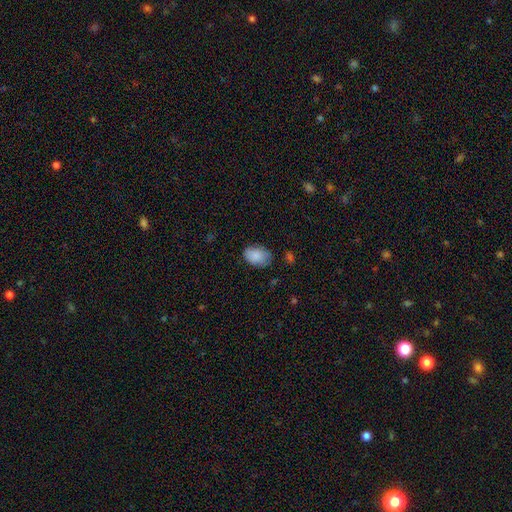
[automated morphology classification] type=smooth (86%); roundness=in between (87%); merging=none (72%).